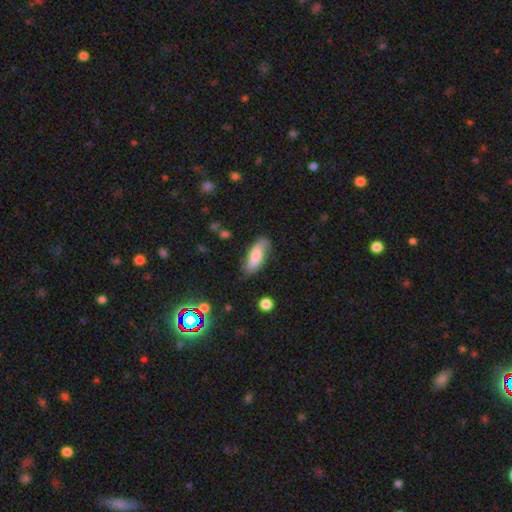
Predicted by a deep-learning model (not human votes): Morphology: type=smooth (55%); roundness=in between (73%); merging=none (72%).